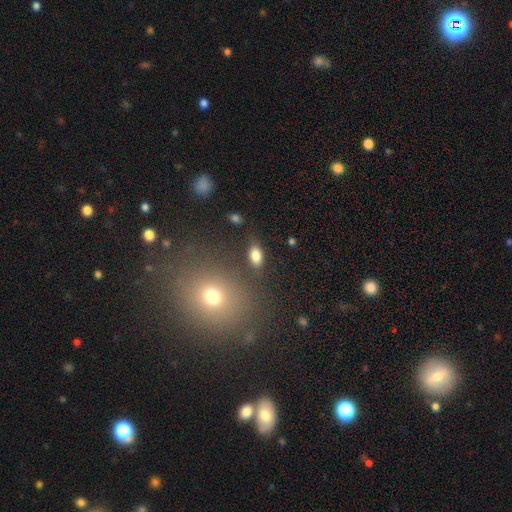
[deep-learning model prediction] Q: Smooth or featured?
A: smooth (82%); runner-up: star or artifact (10%)
Q: How rounded?
A: in between (89%); runner-up: round (7%)
Q: Merging?
A: none (77%); runner-up: minor disturbance (13%)